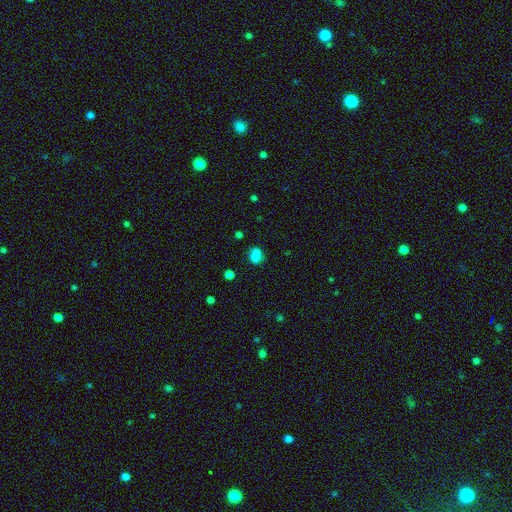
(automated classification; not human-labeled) Smooth or featured: smooth — 77% (star or artifact — 13%)
How rounded: in between — 59% (round — 39%)
Merging: none — 55% (minor disturbance — 22%)